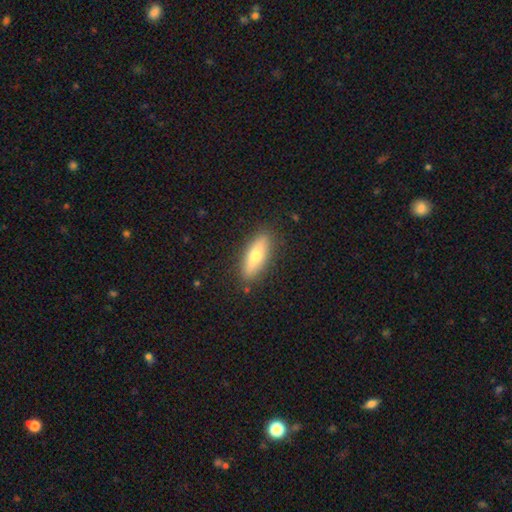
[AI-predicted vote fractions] Morphology: type=smooth (65%); roundness=in between (56%); merging=none (87%).